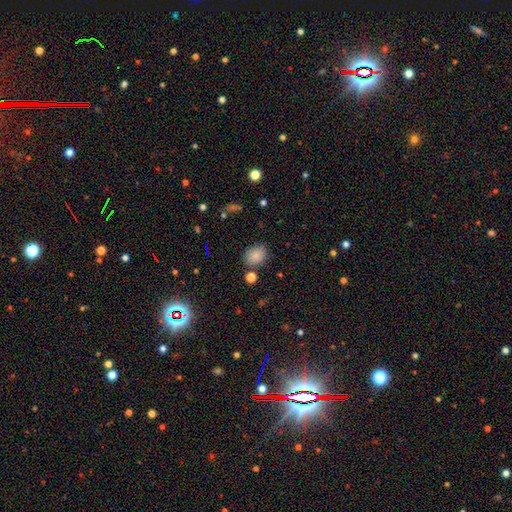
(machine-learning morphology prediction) type=smooth (83%); roundness=in between (57%); merging=none (78%).